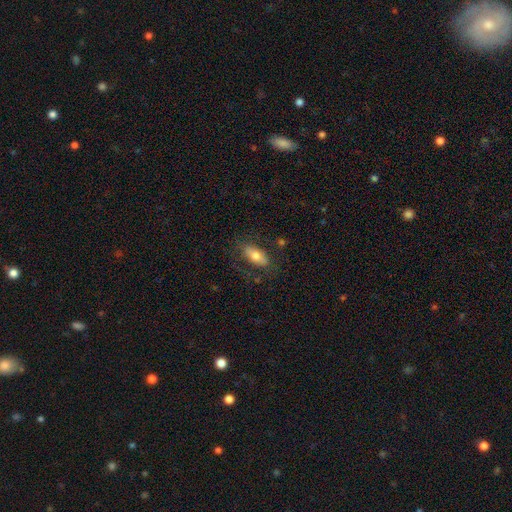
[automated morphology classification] Q: Smooth or featured?
A: smooth (69%); runner-up: featured or disk (23%)
Q: How rounded?
A: in between (87%); runner-up: cigar-shaped (10%)
Q: Merging?
A: none (74%); runner-up: minor disturbance (16%)